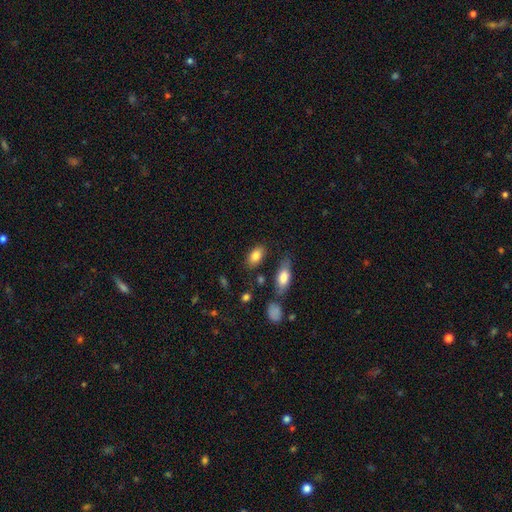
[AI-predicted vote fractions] A smooth galaxy with no disk features (84%) that is in between round and cigar-shaped (89%). Merging: none (79%).